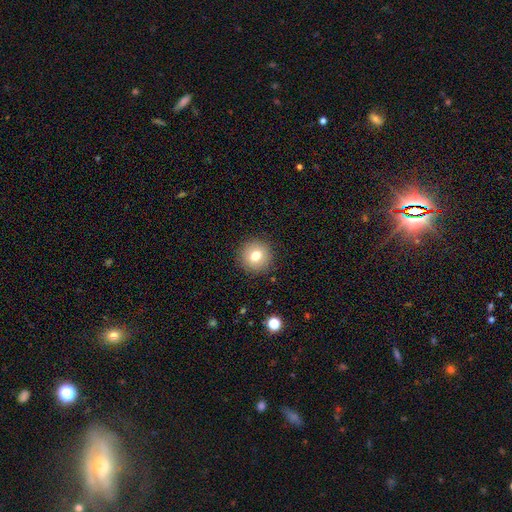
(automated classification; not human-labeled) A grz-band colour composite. It shows a smooth galaxy with no disk features (76%) that is round (93%). Merging: none (90%).